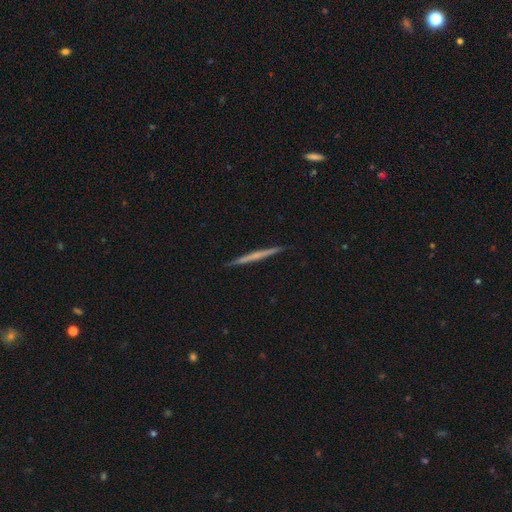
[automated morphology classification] featured or disk 58%, smooth 36%, star or artifact 6%. Down the decision tree: edge-on disk — yes (98%); edge-on bulge — none (75%); merging — none (92%).